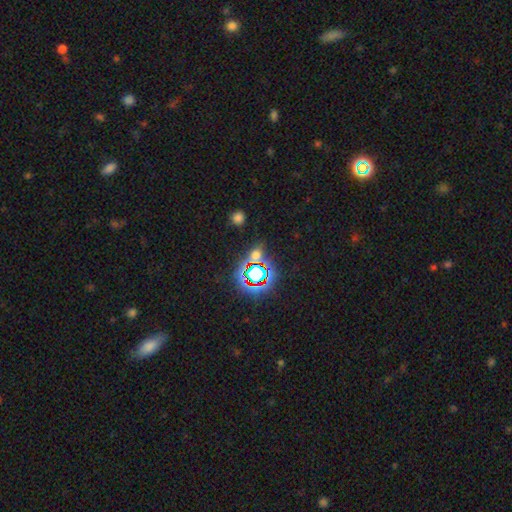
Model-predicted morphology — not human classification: Q: Smooth or featured?
A: star or artifact (62%); runner-up: smooth (27%)